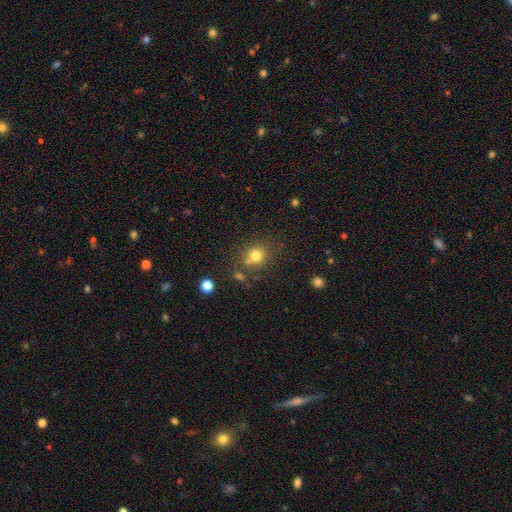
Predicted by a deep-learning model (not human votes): Morphology: type=smooth (77%); roundness=round (75%); merging=none (68%).